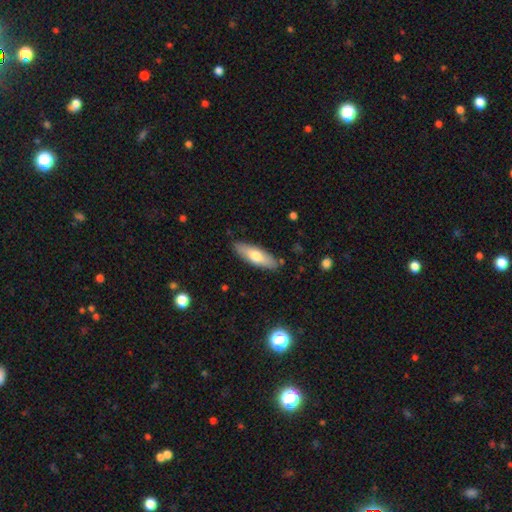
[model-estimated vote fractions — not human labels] Overall: smooth (66%; featured or disk 28%). How rounded: in between (53%; cigar-shaped 45%). Merging: none (86%).